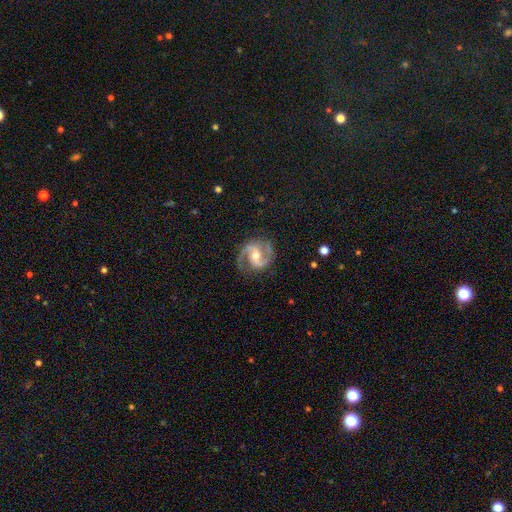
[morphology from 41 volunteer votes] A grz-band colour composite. It shows a featured or disk galaxy (95%) with no bar (44%), 2 (97%) medium (74%) spiral arms (100%) and a moderate central bulge (59%). Merging: none (88%).